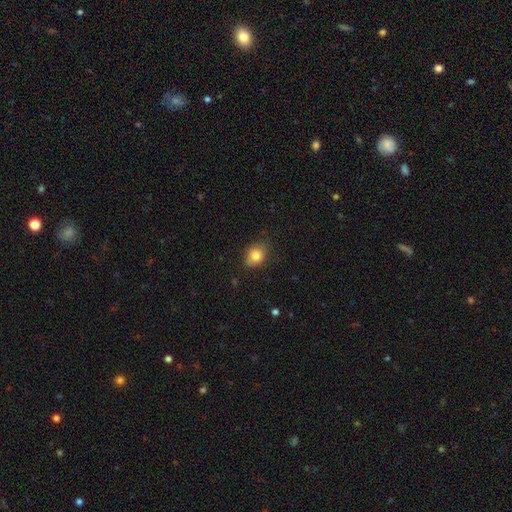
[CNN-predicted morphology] The model was most divided on "how rounded": round: 56%, in between: 43%, cigar-shaped: 1%. More confident: smooth or featured — smooth (82%); merging — none (76%).